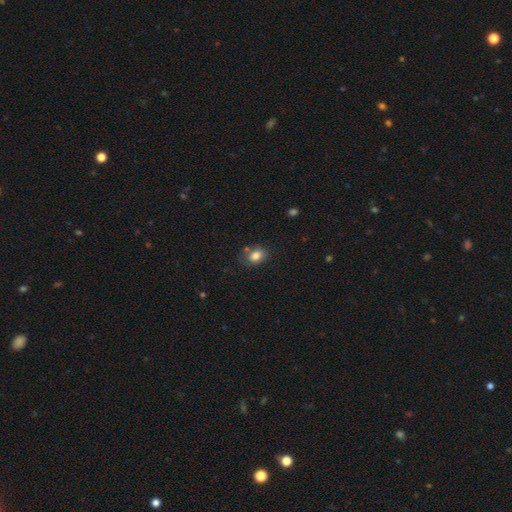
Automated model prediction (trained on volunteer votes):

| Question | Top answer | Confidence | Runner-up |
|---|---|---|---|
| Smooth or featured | smooth | 82% | star or artifact (10%) |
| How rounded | in between | 65% | round (34%) |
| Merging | none | 67% | minor disturbance (19%) |